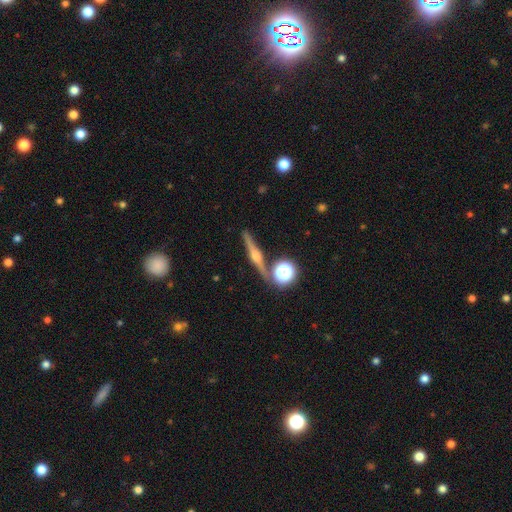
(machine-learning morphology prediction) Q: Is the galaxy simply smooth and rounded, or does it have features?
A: featured or disk — 80%.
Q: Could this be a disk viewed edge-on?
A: yes — 97%.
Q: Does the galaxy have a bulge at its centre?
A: rounded — 93%.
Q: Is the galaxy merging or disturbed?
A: none — 85%.